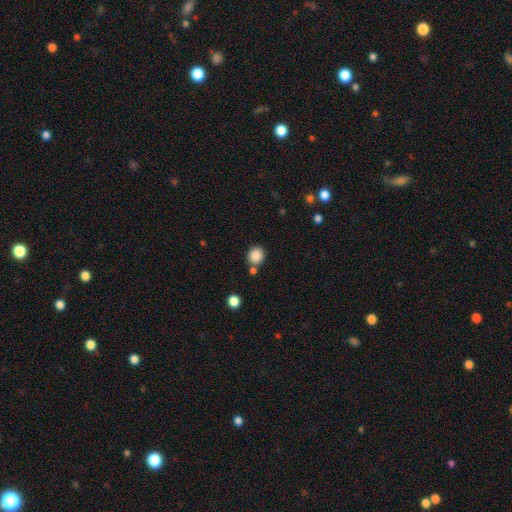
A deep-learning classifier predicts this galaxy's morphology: Smooth or featured? smooth (87%)
How rounded? round (85%)
Merging? none (75%)